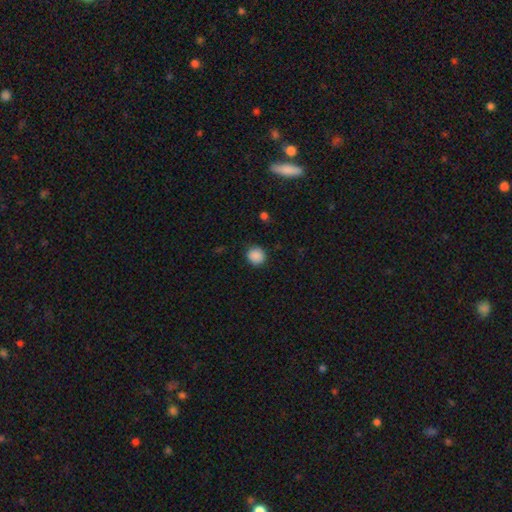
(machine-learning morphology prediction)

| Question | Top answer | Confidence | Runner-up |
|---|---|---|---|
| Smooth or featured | smooth | 88% | star or artifact (9%) |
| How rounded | round | 88% | in between (11%) |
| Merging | none | 89% | minor disturbance (7%) |